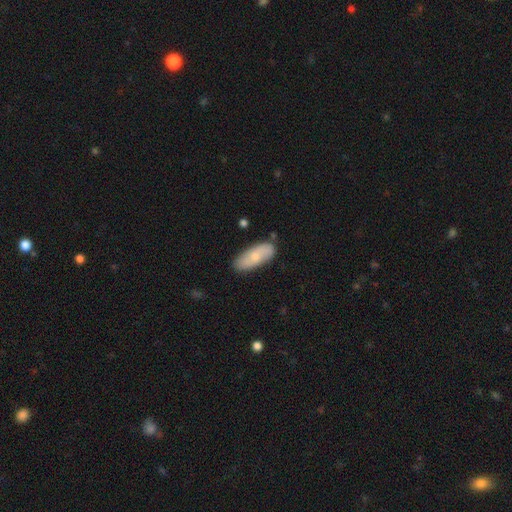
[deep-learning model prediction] Smooth or featured? smooth (65%)
How rounded? in between (78%)
Merging? none (82%)